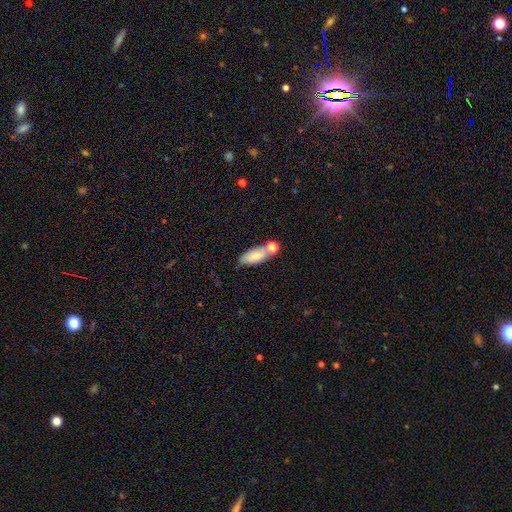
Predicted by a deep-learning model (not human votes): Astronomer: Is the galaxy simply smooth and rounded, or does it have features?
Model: smooth — 75%.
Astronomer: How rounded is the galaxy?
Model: in between — 80%.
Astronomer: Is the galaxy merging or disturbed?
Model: none — 51% (runner-up: merger, 26%).